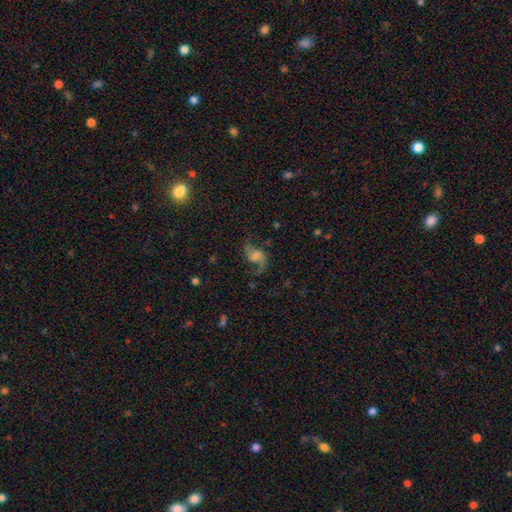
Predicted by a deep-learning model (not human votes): Smooth or featured: featured or disk — 71% (smooth — 18%)
Edge-on disk: no — 97% (yes — 3%)
Bar: no — 49% (weak — 40%)
Spiral arms: yes — 91% (no — 9%)
Spiral winding: loose — 76% (medium — 20%)
Spiral arm count: 2 — 73% (1 — 22%)
Bulge size: none — 36% (moderate — 22%)
Merging: none — 51% (major disturbance — 28%)